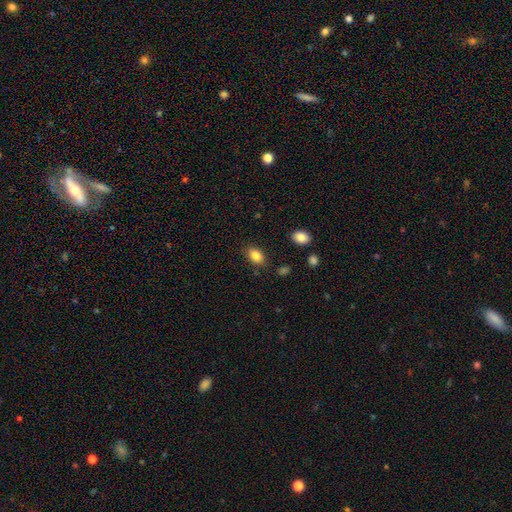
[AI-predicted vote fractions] Q: Smooth or featured?
A: smooth (85%); runner-up: star or artifact (9%)
Q: How rounded?
A: in between (87%); runner-up: round (11%)
Q: Merging?
A: none (83%); runner-up: minor disturbance (12%)